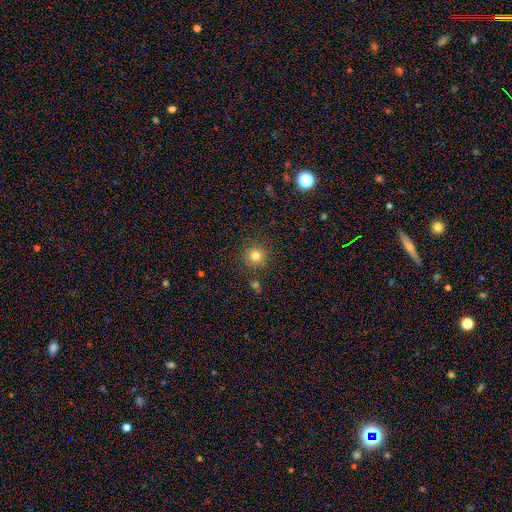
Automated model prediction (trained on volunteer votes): This is clearly a smooth galaxy (80%). How rounded: clearly round (94%). Merging: clearly none (86%).